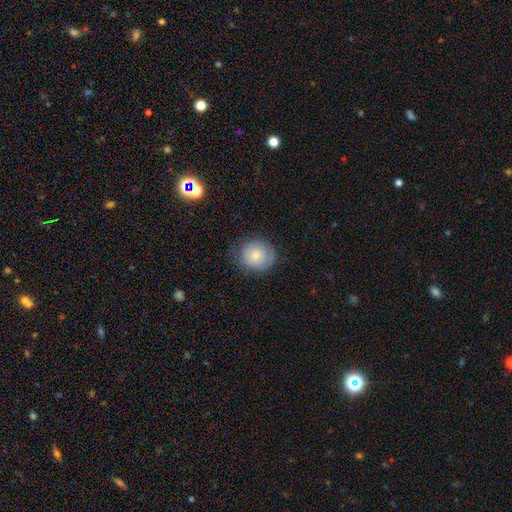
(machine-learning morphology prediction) A smooth galaxy with no disk features (70%) that is round (84%).

Vote fractions:
- Smooth or featured? smooth: 70% / featured or disk: 22% / star or artifact: 8%
- How rounded? round: 84% / in between: 15% / cigar-shaped: 1%
- Merging? none: 72% / minor disturbance: 20% / major disturbance: 7% / merger: 1%